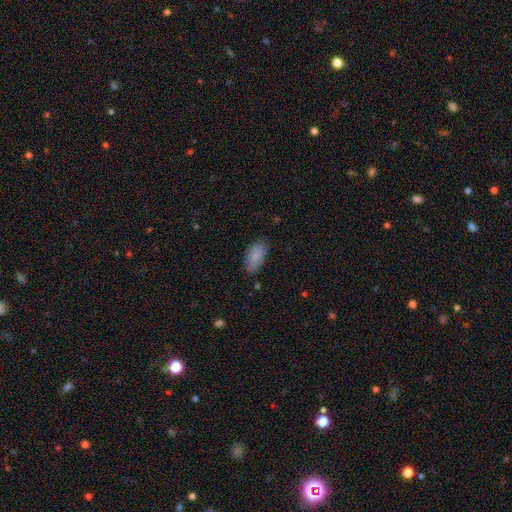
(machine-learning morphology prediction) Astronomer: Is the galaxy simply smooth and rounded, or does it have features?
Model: smooth — 85%.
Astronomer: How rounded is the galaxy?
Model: in between — 92%.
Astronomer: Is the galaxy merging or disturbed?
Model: none — 74%.